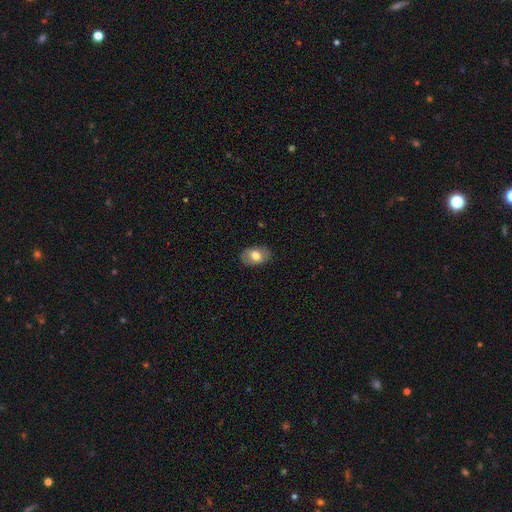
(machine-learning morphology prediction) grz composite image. It shows a smooth galaxy with no disk features (73%) that is in between round and cigar-shaped (86%). Merging: none (85%).